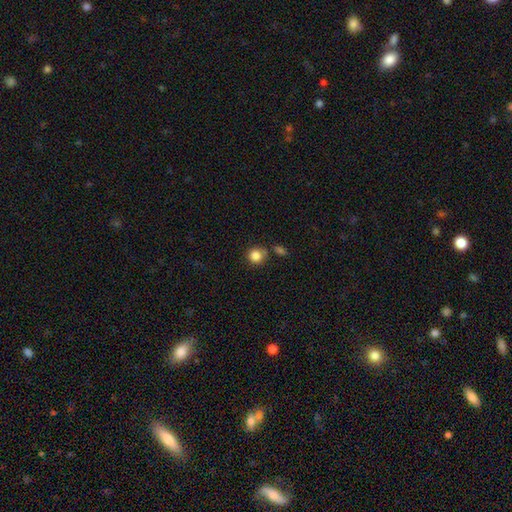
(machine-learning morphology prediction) Smooth or featured: smooth — 85% (star or artifact — 10%)
How rounded: round — 90% (in between — 9%)
Merging: none — 73% (minor disturbance — 14%)